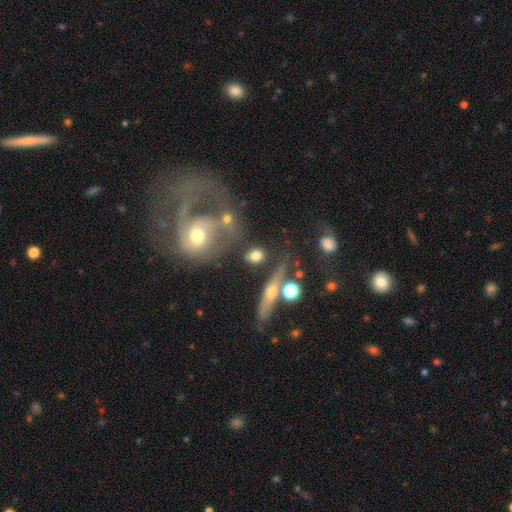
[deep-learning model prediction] This is likely a smooth galaxy (69%). How rounded: possibly round (51%). Merging: likely none (63%).